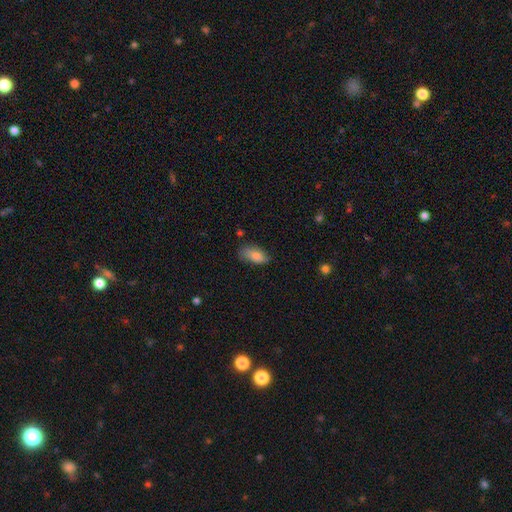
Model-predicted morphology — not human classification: A smooth galaxy with no disk features (83%) that is in between round and cigar-shaped (90%). Merging: none (68%).